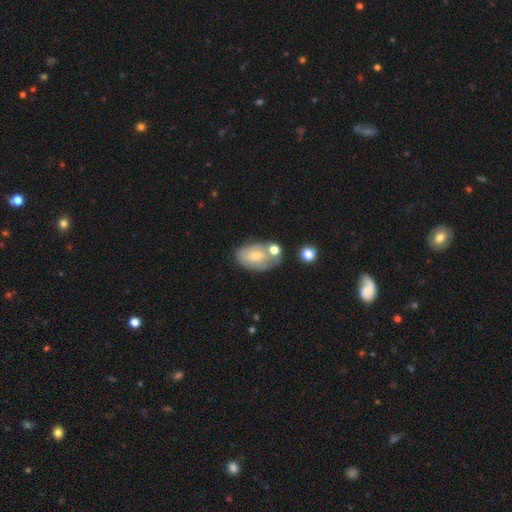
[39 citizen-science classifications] Smooth or featured: smooth — 56% (featured or disk — 36%)
How rounded: in between — 86% (round — 14%)
Merging: none — 50% (merger — 39%)